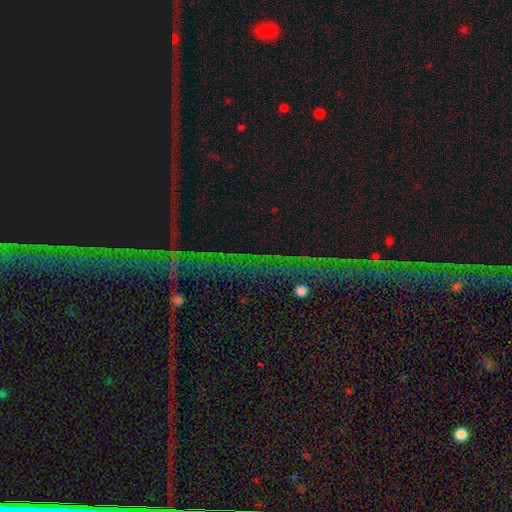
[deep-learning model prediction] This appears to be a star or artifact, not a galaxy (75%).